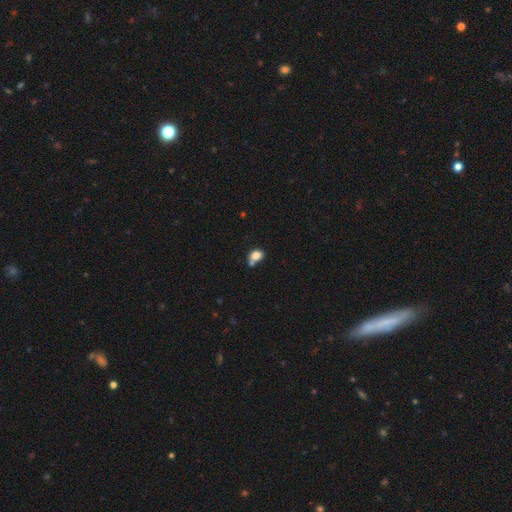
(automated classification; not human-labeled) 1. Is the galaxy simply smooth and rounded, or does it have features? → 81% smooth, 10% star or artifact, 9% featured or disk.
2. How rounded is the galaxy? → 58% in between, 41% round, 1% cigar-shaped.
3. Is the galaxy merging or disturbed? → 46% none, 33% merger, 16% minor disturbance, 6% major disturbance.